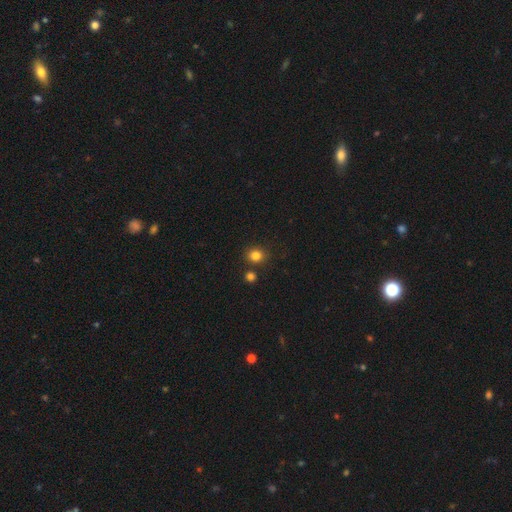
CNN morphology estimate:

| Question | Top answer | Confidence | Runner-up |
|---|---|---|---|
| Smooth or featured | smooth | 82% | star or artifact (13%) |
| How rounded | round | 80% | in between (19%) |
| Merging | none | 81% | minor disturbance (8%) |